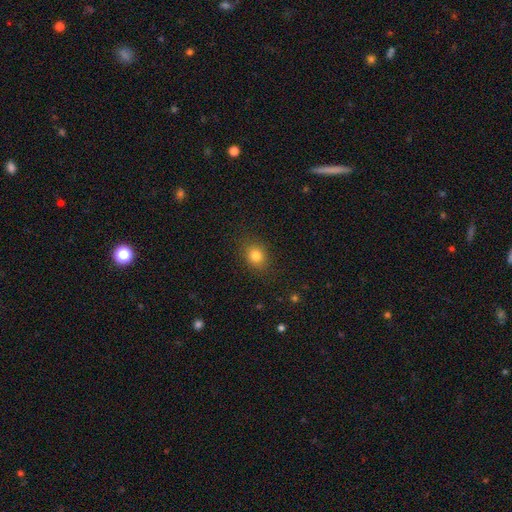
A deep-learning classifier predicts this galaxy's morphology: type=smooth (82%); roundness=round (57%); merging=none (86%).